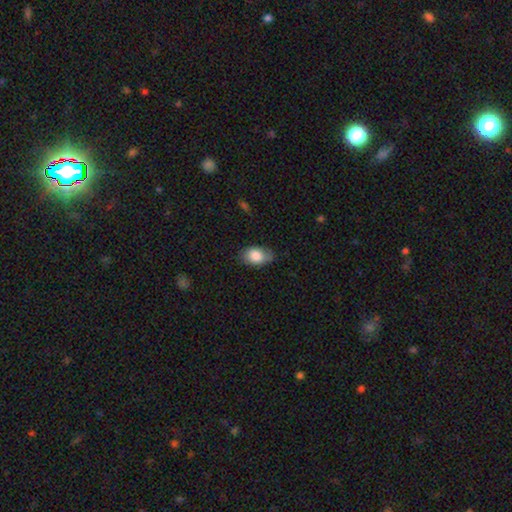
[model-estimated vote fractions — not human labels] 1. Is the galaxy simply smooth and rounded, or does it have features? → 84% smooth, 9% featured or disk, 7% star or artifact.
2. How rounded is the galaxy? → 85% in between, 14% round, 1% cigar-shaped.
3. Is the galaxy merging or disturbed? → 71% none, 22% minor disturbance, 5% major disturbance, 1% merger.